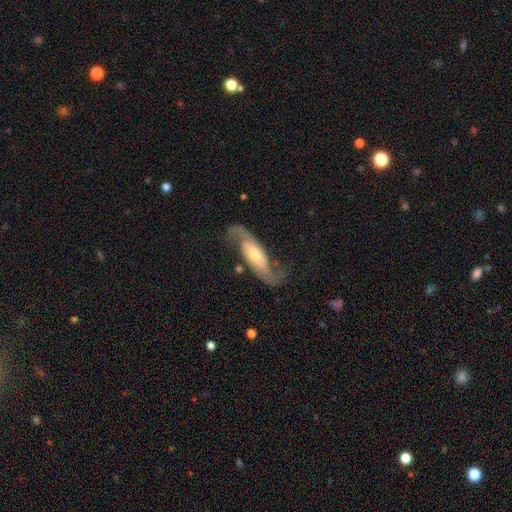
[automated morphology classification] featured or disk 84%, smooth 11%, star or artifact 5%. Down the decision tree: edge-on disk — no (91%); bar — no (42%); spiral arms — yes (96%); spiral arm count — 2 (92%); spiral winding — loose (49%); bulge size — moderate (56%); merging — none (73%).